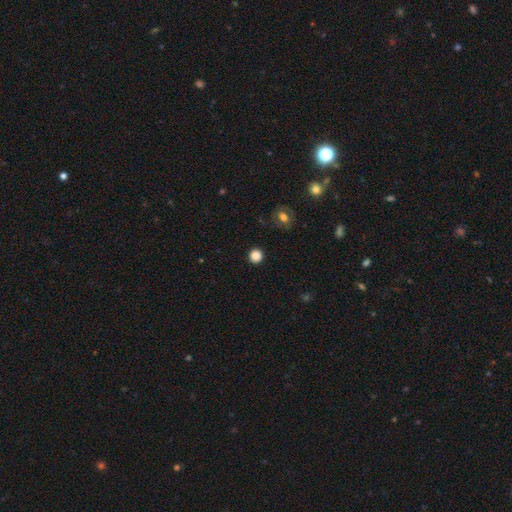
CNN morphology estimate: Q: Smooth or featured?
A: smooth (86%); runner-up: star or artifact (11%)
Q: How rounded?
A: round (93%); runner-up: in between (6%)
Q: Merging?
A: none (92%); runner-up: minor disturbance (5%)